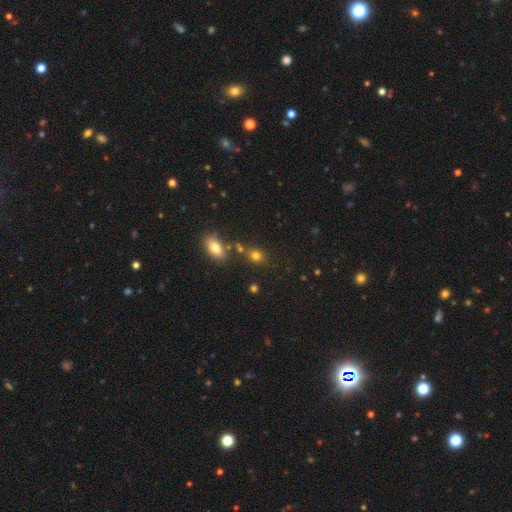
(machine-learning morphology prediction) Smooth or featured?
  - smooth: 78% *
  - star or artifact: 14%
  - featured or disk: 8%
How rounded?
  - round: 55% *
  - in between: 43%
  - cigar-shaped: 2%
Merging?
  - none: 71% *
  - merger: 13%
  - minor disturbance: 12%
  - major disturbance: 4%